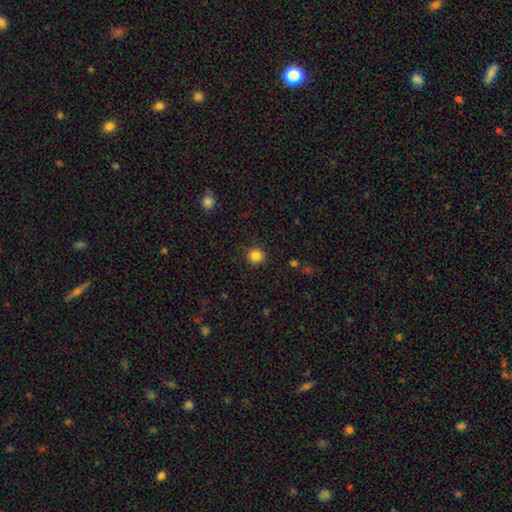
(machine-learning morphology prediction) The model was most divided on "smooth or featured": smooth: 85%, star or artifact: 11%, featured or disk: 4%. More confident: how rounded — round (94%); merging — none (90%).